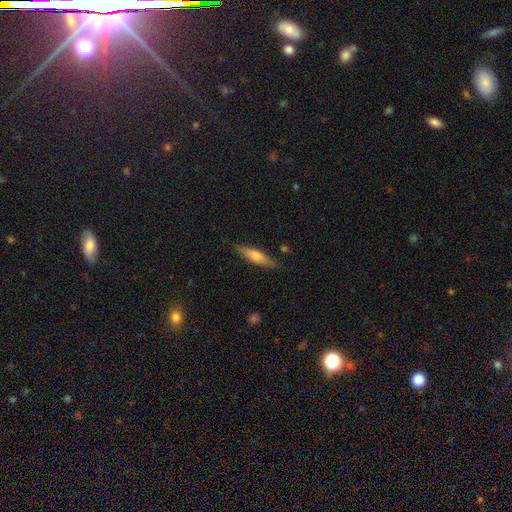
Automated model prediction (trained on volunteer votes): The model was most divided on "smooth or featured": smooth: 60%, featured or disk: 34%, star or artifact: 6%. More confident: merging — none (82%); how rounded — cigar-shaped (73%).